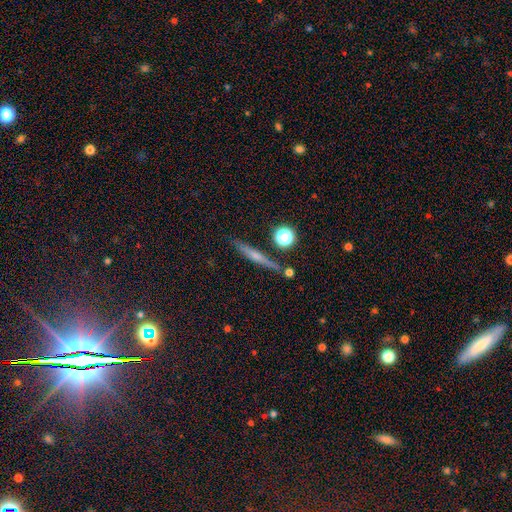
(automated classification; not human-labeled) Overall: featured or disk (55%; smooth 32%). Edge-on disk: yes (96%). Edge-on bulge: rounded (59%; none 32%). Merging: none (84%).